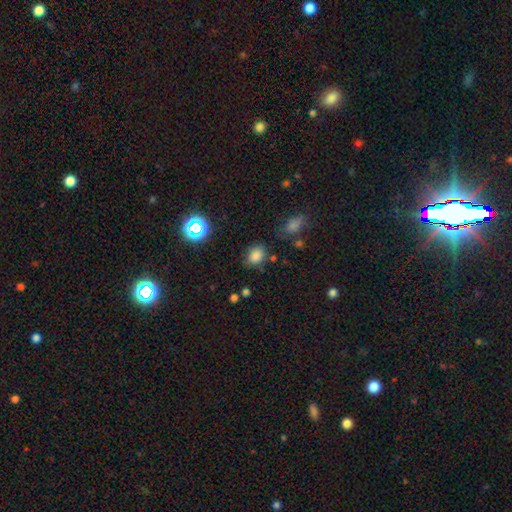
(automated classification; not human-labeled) Morphology: type=smooth (79%); roundness=in between (58%); merging=none (73%).